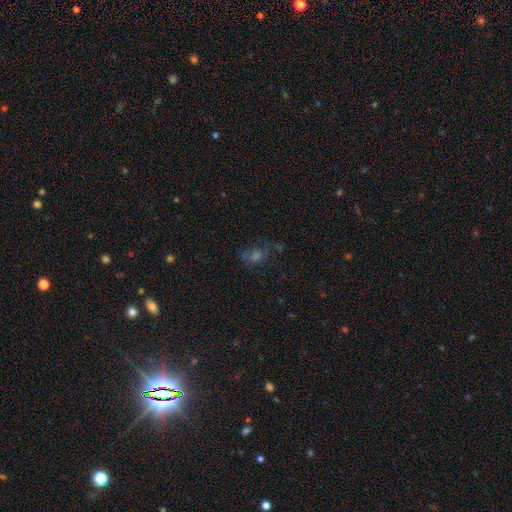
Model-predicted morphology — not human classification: Smooth or featured?
  - star or artifact: 37% *
  - smooth: 34%
  - featured or disk: 29%